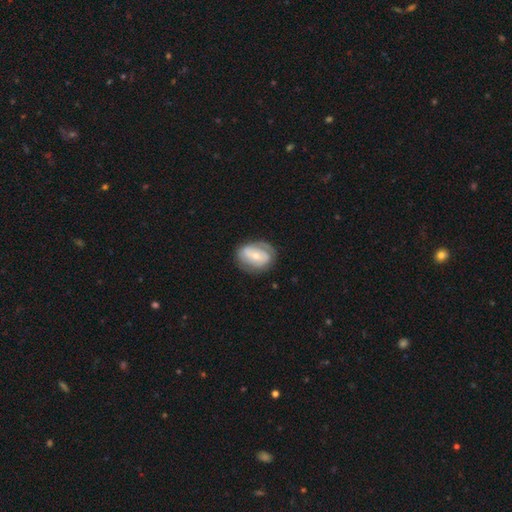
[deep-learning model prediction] A featured or disk galaxy (64%) with no bar (47%), spiral arms (74%) and a small central bulge (51%). Merging: none (70%).